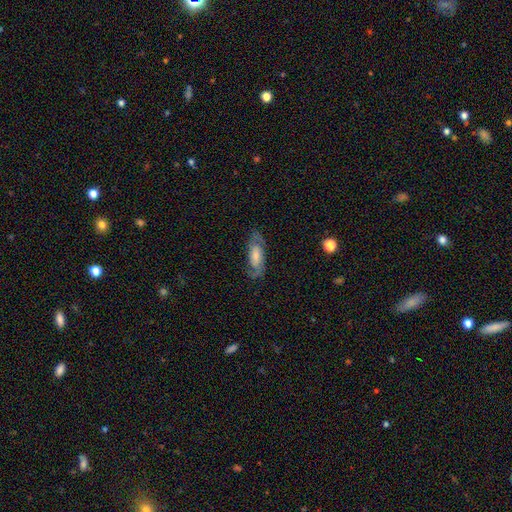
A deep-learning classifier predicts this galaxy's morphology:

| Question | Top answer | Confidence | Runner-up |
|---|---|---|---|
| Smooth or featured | featured or disk | 70% | smooth (23%) |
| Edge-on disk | no | 89% | yes (11%) |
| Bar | no | 53% | weak (34%) |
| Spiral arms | yes | 87% | no (13%) |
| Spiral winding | medium | 44% | tight (40%) |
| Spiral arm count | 2 | 77% | can't tell (15%) |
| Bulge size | small | 40% | moderate (37%) |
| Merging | none | 77% | minor disturbance (15%) |